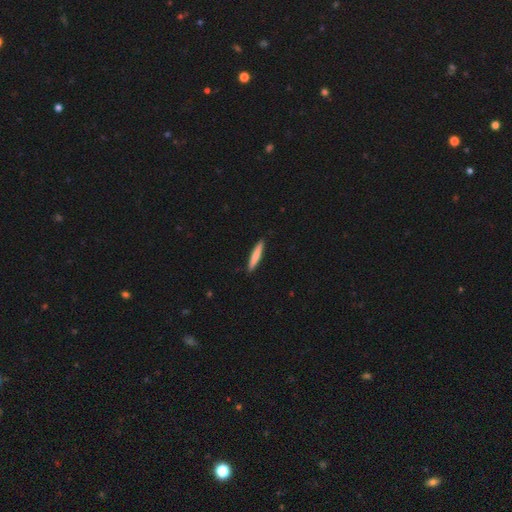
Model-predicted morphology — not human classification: A smooth galaxy with no disk features (78%) that is cigar-shaped (93%).

Vote fractions:
- Smooth or featured? smooth: 78% / featured or disk: 17% / star or artifact: 5%
- How rounded? cigar-shaped: 93% / in between: 5% / round: 1%
- Merging? none: 92% / minor disturbance: 6% / major disturbance: 1% / merger: 1%